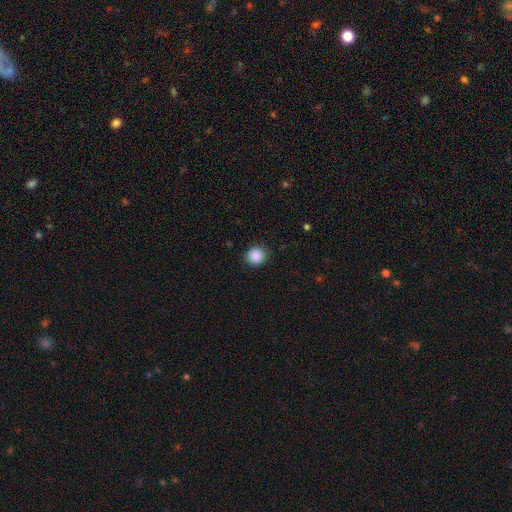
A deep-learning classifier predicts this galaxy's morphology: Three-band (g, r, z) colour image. It shows a smooth galaxy with no disk features (88%) that is round (94%). Merging: none (91%).